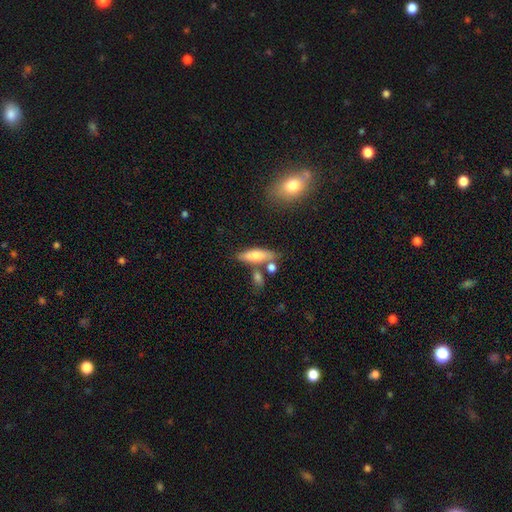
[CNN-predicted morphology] smooth-or-featured: smooth: 70% | featured or disk: 23% | star or artifact: 7%
  how-rounded: cigar-shaped: 51% | in between: 46% | round: 3%
  merging: none: 63% | merger: 17% | minor disturbance: 15% | major disturbance: 5%